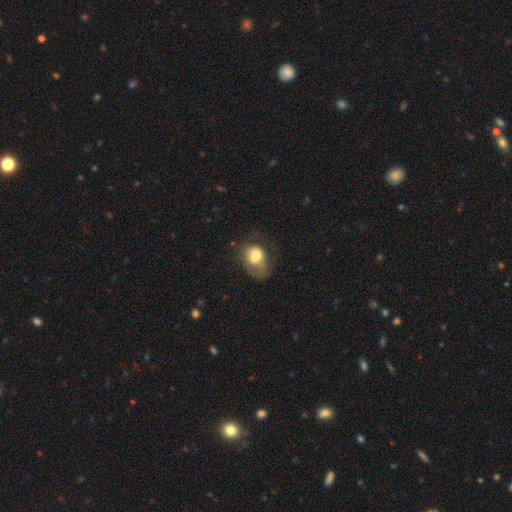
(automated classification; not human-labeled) smooth-or-featured: smooth: 64% | featured or disk: 27% | star or artifact: 10%
  how-rounded: in between: 64% | round: 35% | cigar-shaped: 1%
  merging: major disturbance: 32% | none: 26% | minor disturbance: 23% | merger: 19%